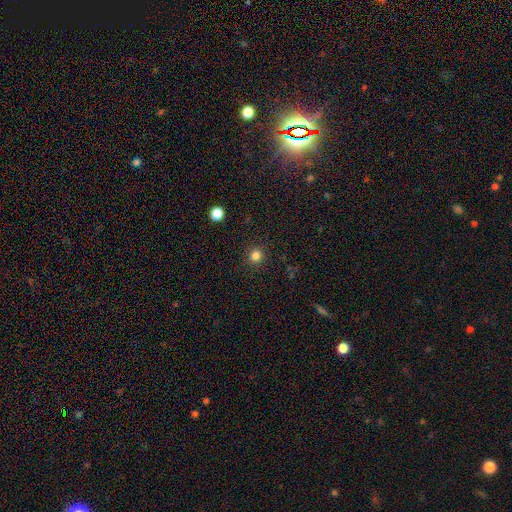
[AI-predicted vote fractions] Smooth or featured: smooth — 82% (star or artifact — 14%)
How rounded: round — 93% (in between — 7%)
Merging: none — 91% (minor disturbance — 6%)